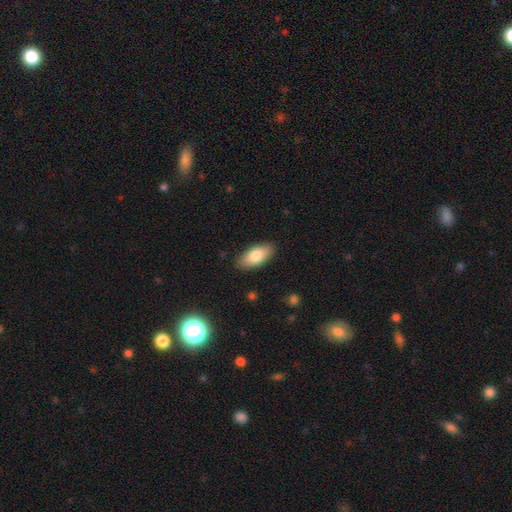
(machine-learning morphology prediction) Smooth or featured? Predicted: smooth (p=0.82). How rounded? Predicted: in between (p=0.90). Merging? Predicted: none (p=0.87).